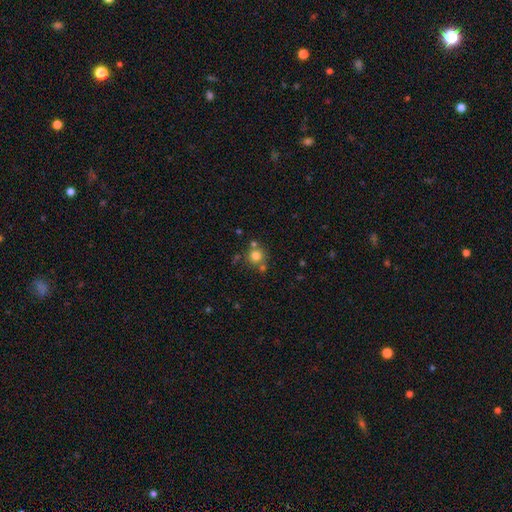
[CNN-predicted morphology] A smooth galaxy with no disk features (76%) that is round (92%). Merging: none (68%).